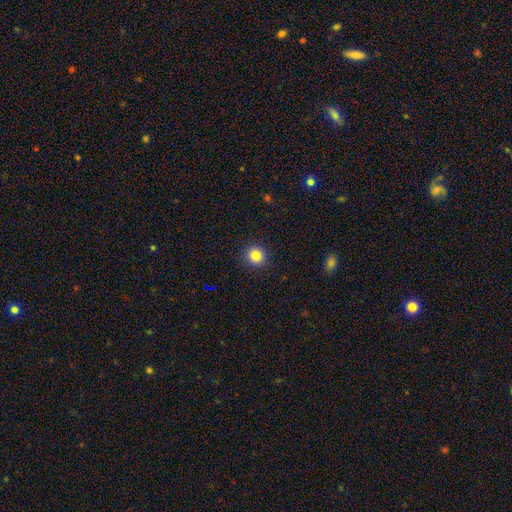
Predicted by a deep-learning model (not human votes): Smooth or featured: smooth — 83% (star or artifact — 11%)
How rounded: round — 93% (in between — 6%)
Merging: none — 92% (minor disturbance — 5%)